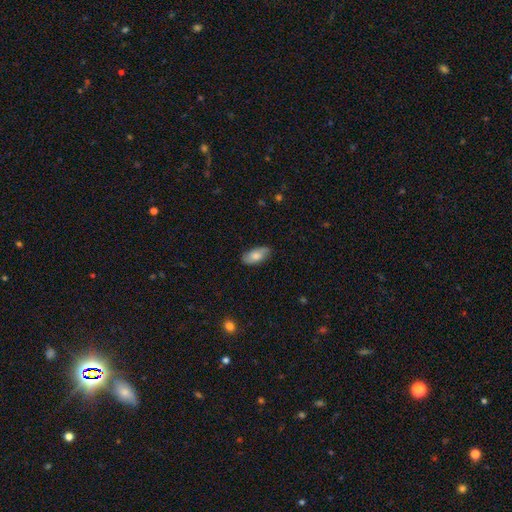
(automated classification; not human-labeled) This is likely a smooth galaxy (71%). How rounded: clearly in between (90%). Merging: clearly none (81%).